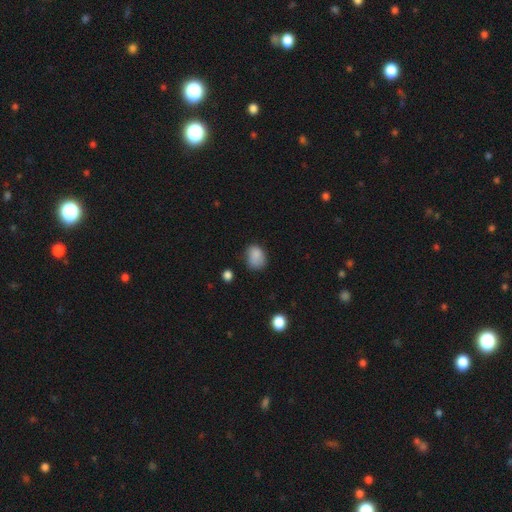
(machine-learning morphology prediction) smooth 82%, star or artifact 11%, featured or disk 7%. Down the decision tree: how rounded — in between (61%); merging — none (53%).